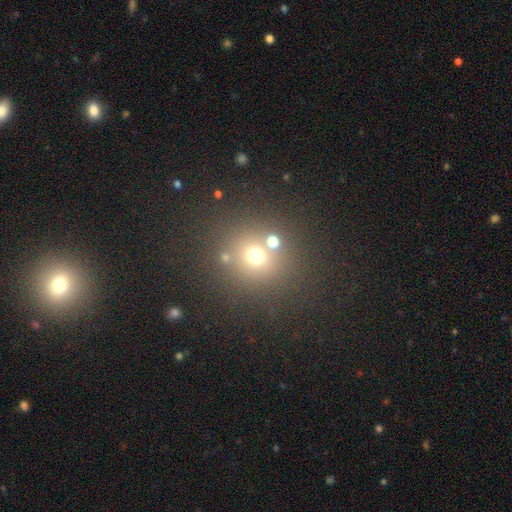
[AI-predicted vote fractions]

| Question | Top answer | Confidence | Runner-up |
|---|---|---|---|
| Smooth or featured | smooth | 65% | star or artifact (24%) |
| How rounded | round | 87% | in between (12%) |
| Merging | none | 72% | merger (14%) |